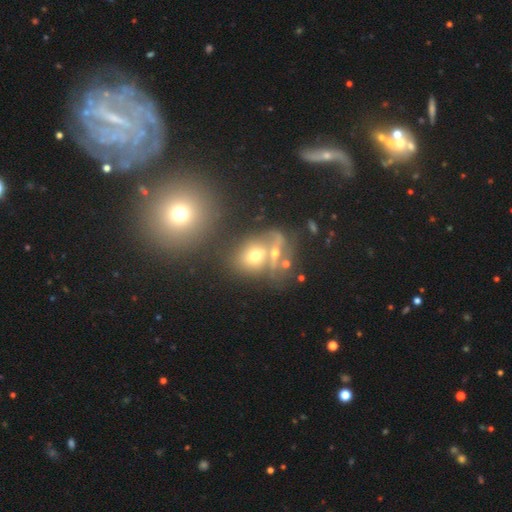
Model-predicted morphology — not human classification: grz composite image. It shows a smooth galaxy with no disk features (49%). Merging: merger (39%).